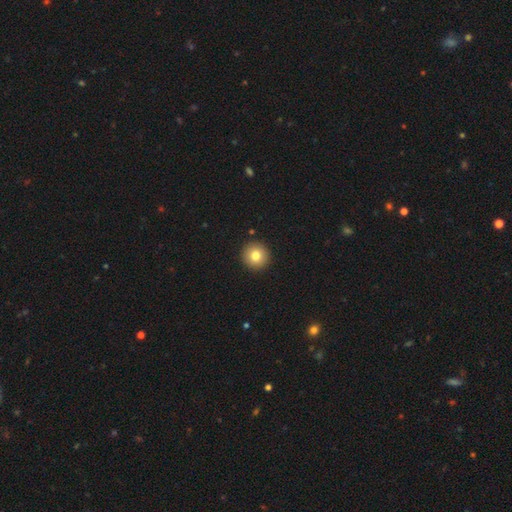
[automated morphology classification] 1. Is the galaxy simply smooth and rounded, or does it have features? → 80% smooth, 11% featured or disk, 9% star or artifact.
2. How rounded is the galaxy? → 95% round, 4% in between, 1% cigar-shaped.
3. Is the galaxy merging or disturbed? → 93% none, 5% minor disturbance, 2% major disturbance, 1% merger.